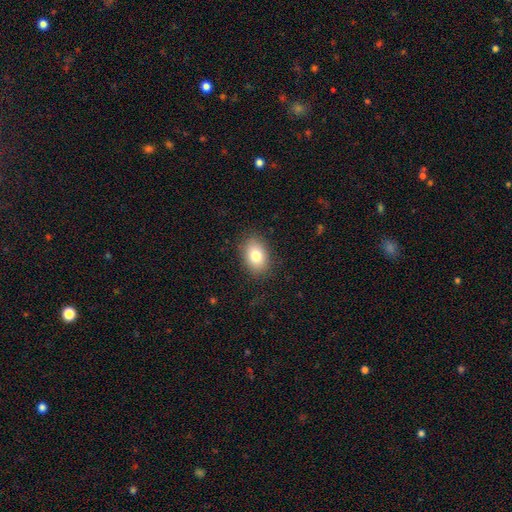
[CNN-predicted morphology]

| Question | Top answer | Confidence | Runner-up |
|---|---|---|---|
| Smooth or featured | smooth | 80% | featured or disk (11%) |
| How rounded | in between | 81% | round (18%) |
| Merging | none | 86% | minor disturbance (10%) |